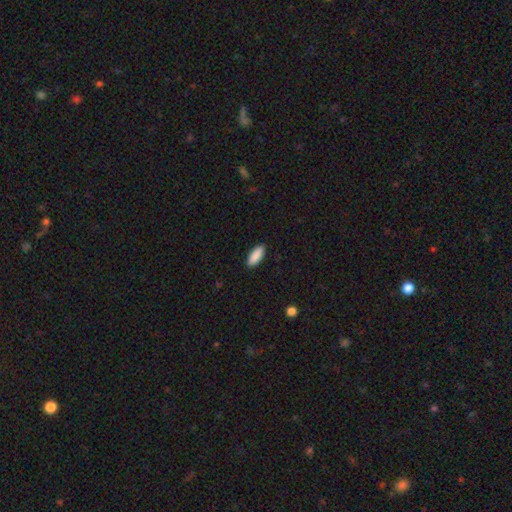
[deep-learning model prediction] Q: Smooth or featured?
A: smooth (90%); runner-up: star or artifact (6%)
Q: How rounded?
A: in between (72%); runner-up: cigar-shaped (26%)
Q: Merging?
A: none (90%); runner-up: minor disturbance (7%)